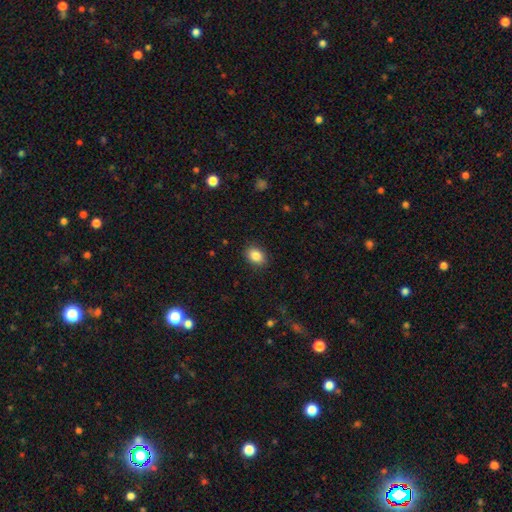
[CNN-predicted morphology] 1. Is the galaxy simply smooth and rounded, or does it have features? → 86% smooth, 9% star or artifact, 5% featured or disk.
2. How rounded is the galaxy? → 70% in between, 29% round, 1% cigar-shaped.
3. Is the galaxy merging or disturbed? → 88% none, 8% minor disturbance, 2% major disturbance, 1% merger.